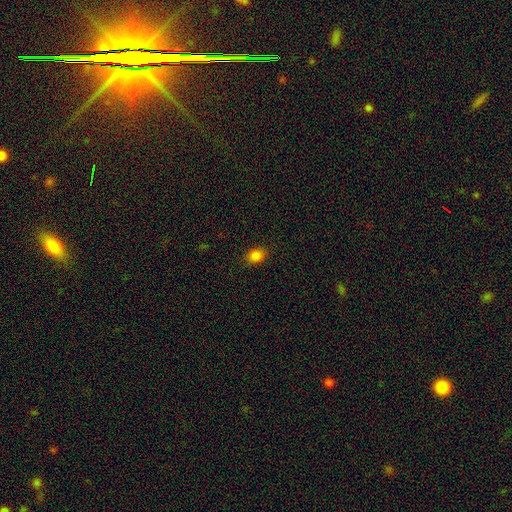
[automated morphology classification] type=smooth (83%); roundness=in between (62%); merging=none (87%).